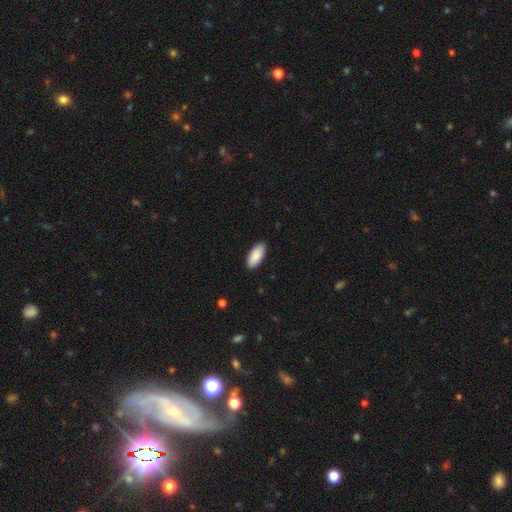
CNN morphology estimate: This appears to be a smooth galaxy with no disk features (90%) that is in between round and cigar-shaped (90%). Merging: none (89%).